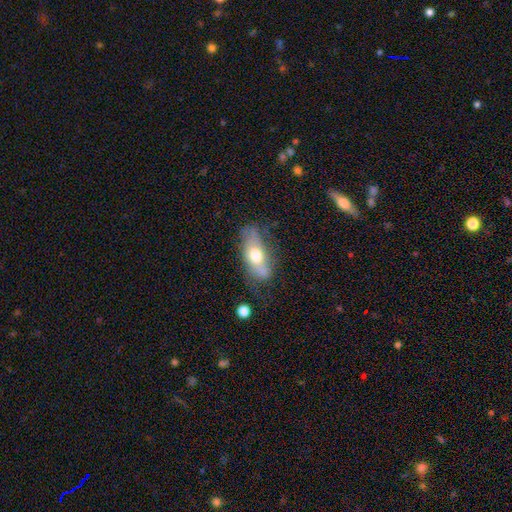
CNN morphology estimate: The model was most divided on "smooth or featured": smooth: 55%, featured or disk: 38%, star or artifact: 7%. More confident: how rounded — in between (79%); merging — none (53%).